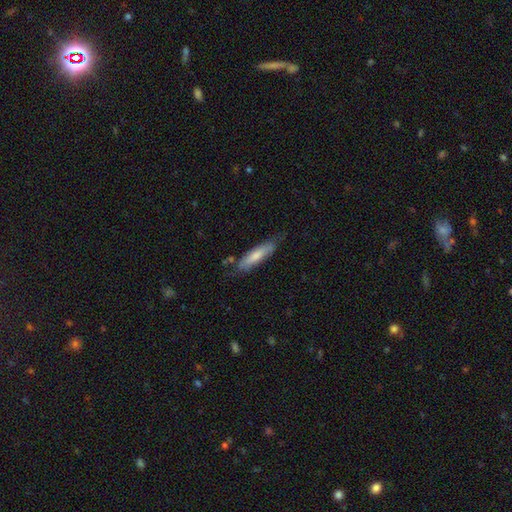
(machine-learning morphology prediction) This is likely a smooth galaxy (70%). How rounded: likely cigar-shaped (72%). Merging: likely none (70%).